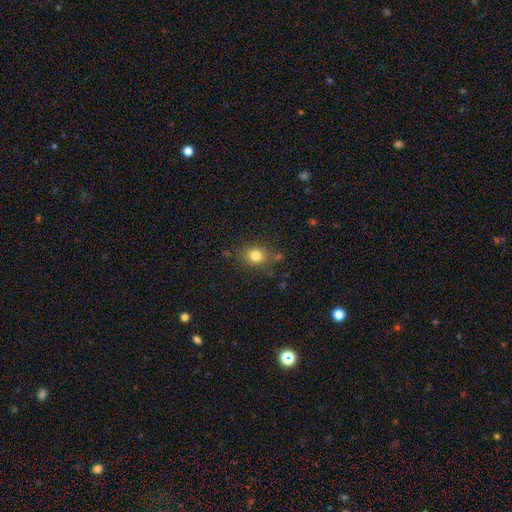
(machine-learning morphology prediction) Smooth or featured: smooth — 81% (star or artifact — 12%)
How rounded: round — 61% (in between — 38%)
Merging: none — 79% (minor disturbance — 13%)